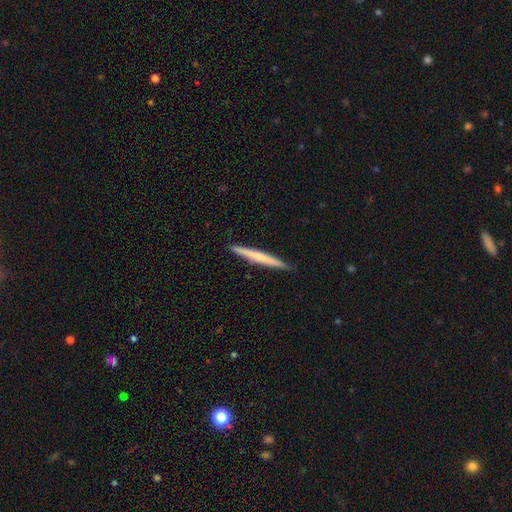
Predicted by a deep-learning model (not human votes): This is possibly a smooth galaxy (55%). How rounded: clearly cigar-shaped (97%). Merging: clearly none (92%).